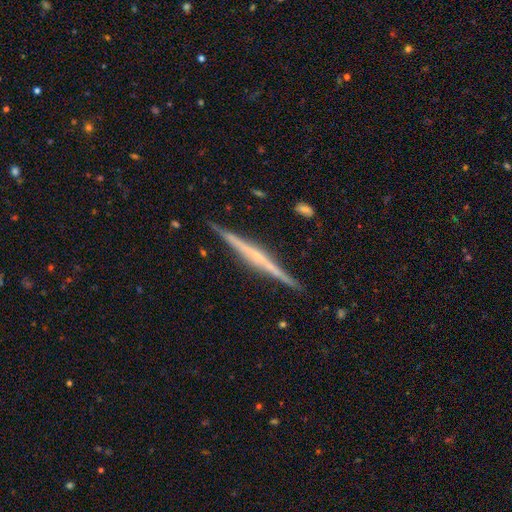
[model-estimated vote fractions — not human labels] Smooth or featured? featured or disk (79%)
Edge-on disk? yes (98%)
Edge-on bulge? rounded (45%)
Merging? none (91%)